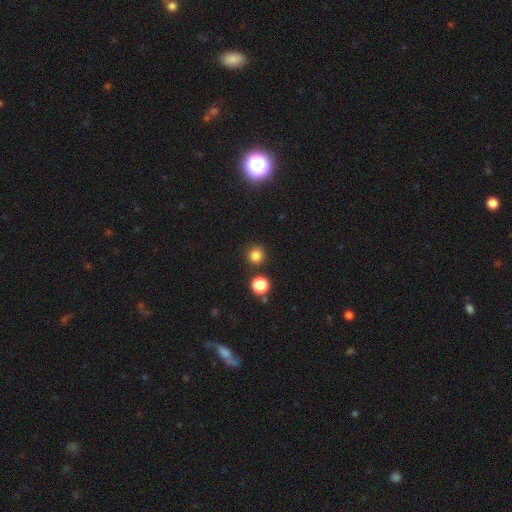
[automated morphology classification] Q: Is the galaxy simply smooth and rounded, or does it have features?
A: smooth — 82%.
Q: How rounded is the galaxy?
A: round — 95%.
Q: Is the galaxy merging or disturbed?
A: none — 89%.